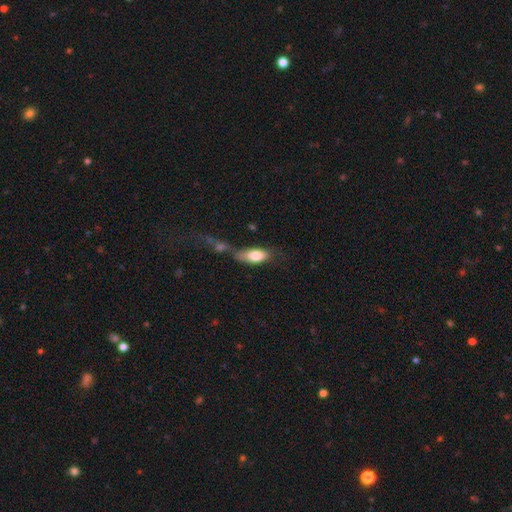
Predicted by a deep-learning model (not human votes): The model was most divided on "merging": merger: 34%, none: 30%, minor disturbance: 19%, major disturbance: 17%. More confident: how rounded — in between (84%); smooth or featured — smooth (76%).